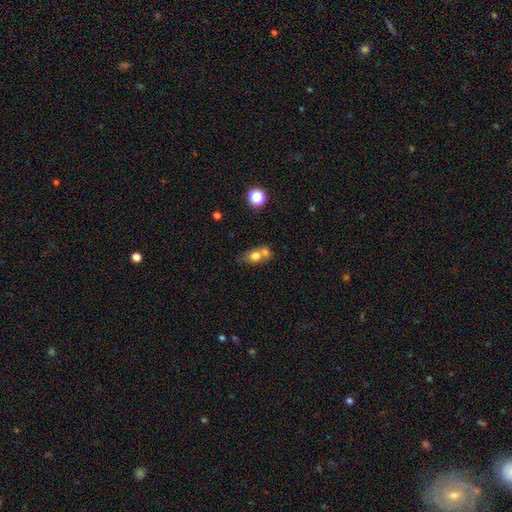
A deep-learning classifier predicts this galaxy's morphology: A smooth galaxy with no disk features (72%) that is in between round and cigar-shaped (51%).

Vote fractions:
- Smooth or featured? smooth: 72% / featured or disk: 17% / star or artifact: 11%
- How rounded? in between: 51% / round: 47% / cigar-shaped: 2%
- Merging? merger: 58% / none: 30% / minor disturbance: 9% / major disturbance: 4%